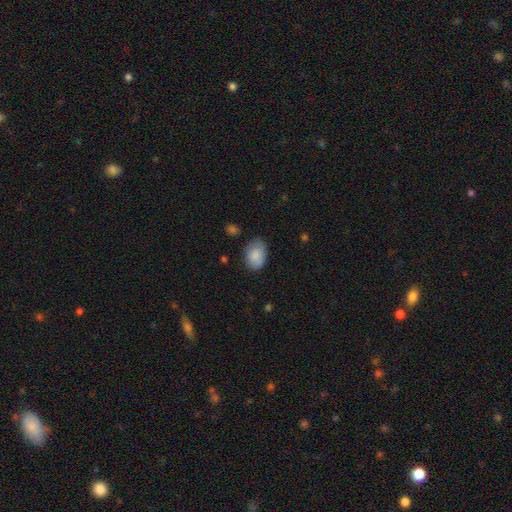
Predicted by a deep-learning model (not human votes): The model was most divided on "merging": none: 70%, minor disturbance: 24%, major disturbance: 5%, merger: 2%. More confident: smooth or featured — smooth (85%); how rounded — in between (82%).